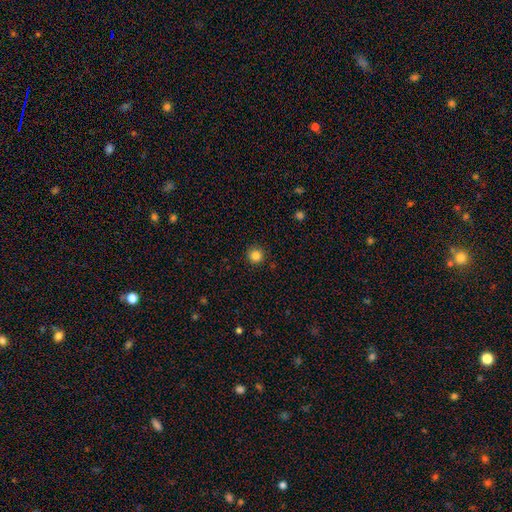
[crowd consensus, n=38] Smooth or featured?
  - smooth: 84% *
  - featured or disk: 8%
  - star or artifact: 8%
How rounded?
  - round: 94% *
  - in between: 6%
  - cigar-shaped: 0%
Merging?
  - none: 91% *
  - minor disturbance: 6%
  - merger: 3%
  - major disturbance: 0%